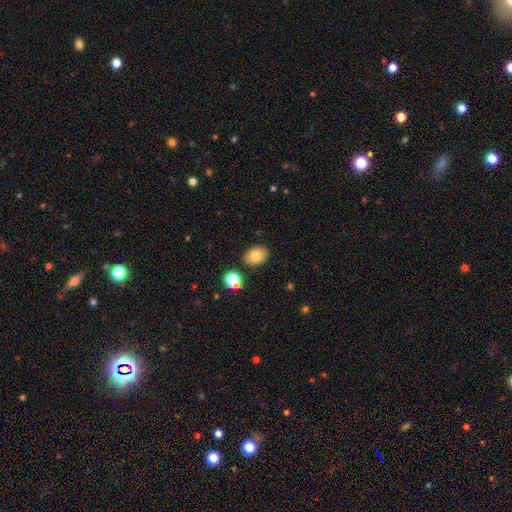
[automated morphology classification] This is likely a smooth galaxy (79%). How rounded: clearly in between (80%). Merging: clearly none (83%).